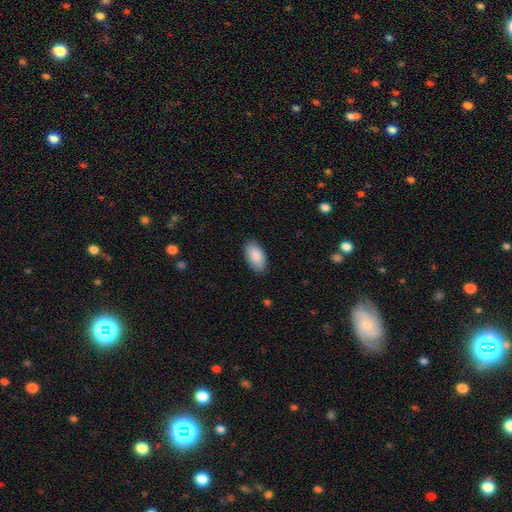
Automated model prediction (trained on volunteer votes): Smooth or featured? Predicted: smooth (p=0.90). How rounded? Predicted: in between (p=0.95). Merging? Predicted: none (p=0.87).